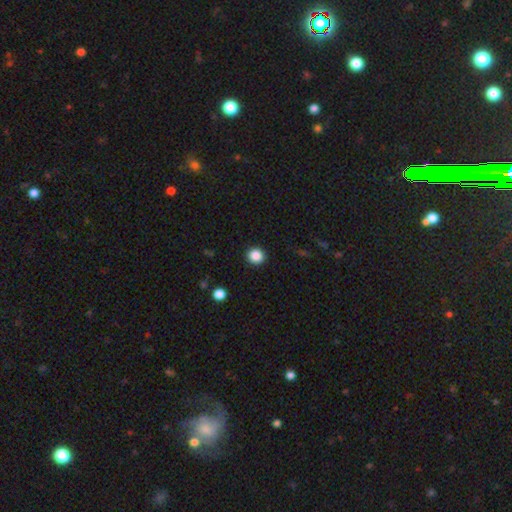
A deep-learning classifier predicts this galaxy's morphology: Smooth or featured: smooth — 87% (star or artifact — 10%)
How rounded: round — 92% (in between — 7%)
Merging: none — 92% (minor disturbance — 5%)